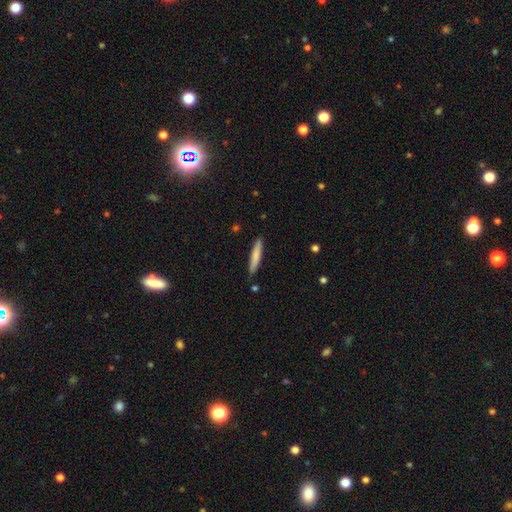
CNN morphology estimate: Smooth or featured: smooth — 75% (featured or disk — 20%)
How rounded: cigar-shaped — 92% (in between — 7%)
Merging: none — 86% (minor disturbance — 10%)